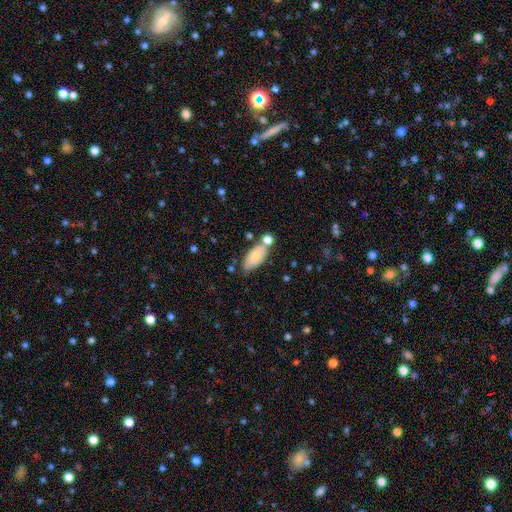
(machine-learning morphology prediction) Smooth or featured? Predicted: smooth (p=0.75). How rounded? Predicted: in between (p=0.88). Merging? Predicted: none (p=0.59).